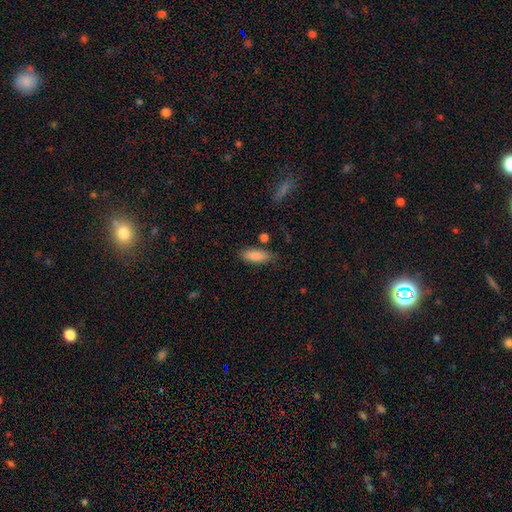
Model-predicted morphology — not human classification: type=smooth (86%); roundness=in between (67%); merging=none (78%).